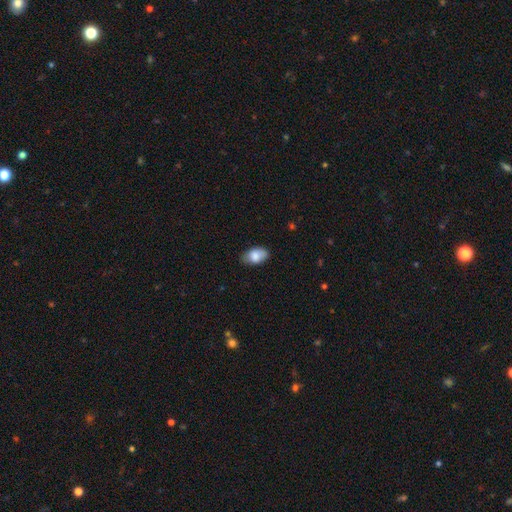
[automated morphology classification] This is clearly a smooth galaxy (84%). How rounded: clearly in between (91%). Merging: likely none (74%).